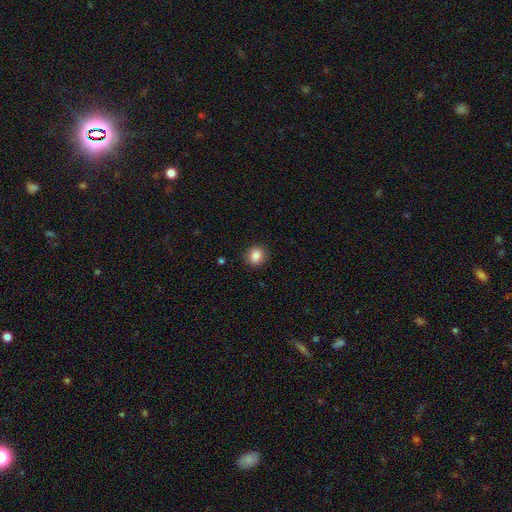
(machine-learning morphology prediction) This appears to be a smooth galaxy with no disk features (87%) that is round (80%). Merging: none (90%).